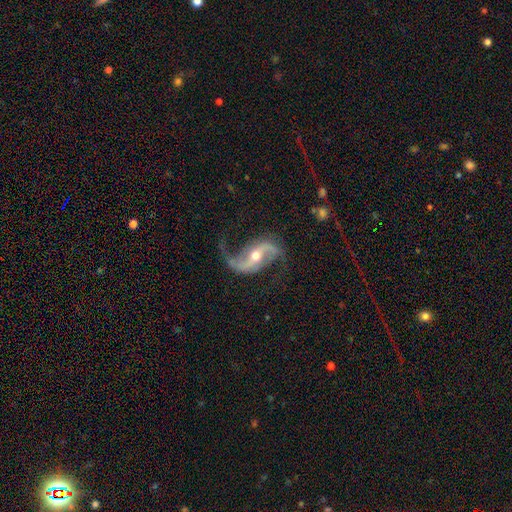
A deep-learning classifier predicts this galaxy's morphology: Q: Smooth or featured?
A: featured or disk (92%); runner-up: star or artifact (5%)
Q: Edge-on disk?
A: no (97%); runner-up: yes (3%)
Q: Bar?
A: strong (38%); runner-up: weak (34%)
Q: Spiral arms?
A: yes (97%); runner-up: no (3%)
Q: Spiral winding?
A: loose (77%); runner-up: medium (19%)
Q: Spiral arm count?
A: 2 (93%); runner-up: 1 (3%)
Q: Bulge size?
A: moderate (67%); runner-up: small (28%)
Q: Merging?
A: none (72%); runner-up: minor disturbance (16%)